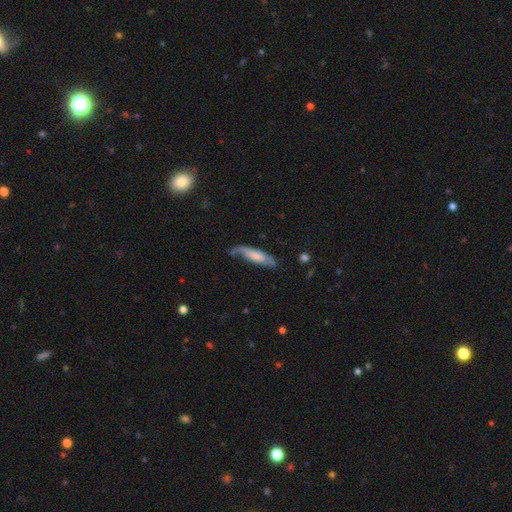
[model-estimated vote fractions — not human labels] smooth-or-featured: smooth: 51% | featured or disk: 43% | star or artifact: 6%
  how-rounded: cigar-shaped: 66% | in between: 32% | round: 2%
  merging: none: 52% | minor disturbance: 29% | major disturbance: 15% | merger: 3%